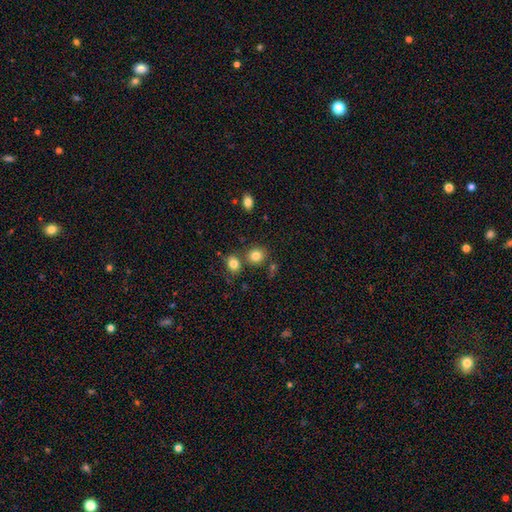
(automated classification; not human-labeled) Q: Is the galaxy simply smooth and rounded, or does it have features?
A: smooth — 83%.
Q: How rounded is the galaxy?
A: round — 78%.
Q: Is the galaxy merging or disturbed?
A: none — 72%.